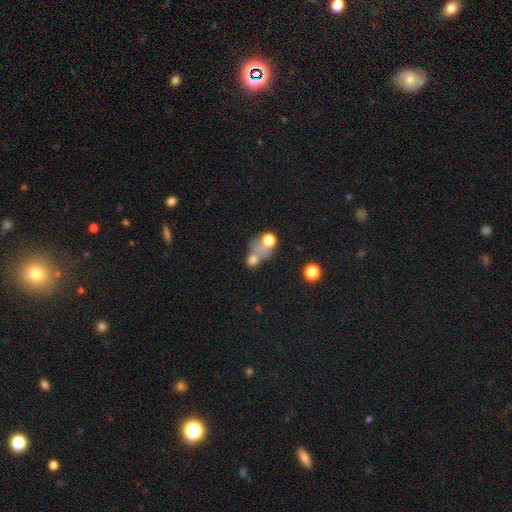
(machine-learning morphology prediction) smooth 58%, star or artifact 21%, featured or disk 21%. Down the decision tree: how rounded — round (57%); merging — merger (45%).